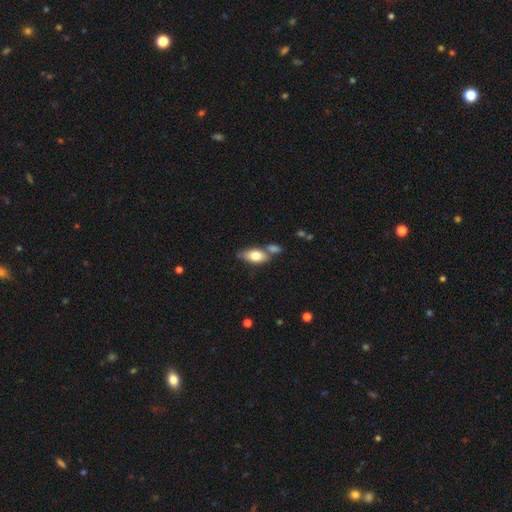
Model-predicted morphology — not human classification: type=smooth (72%); roundness=in between (86%); merging=none (51%).